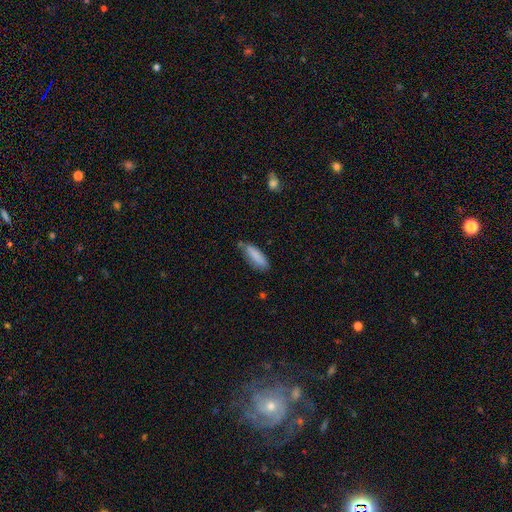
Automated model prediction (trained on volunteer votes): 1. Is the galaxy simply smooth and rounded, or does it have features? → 86% smooth, 8% featured or disk, 7% star or artifact.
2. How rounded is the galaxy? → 55% cigar-shaped, 44% in between, 1% round.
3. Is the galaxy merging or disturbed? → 69% none, 22% minor disturbance, 5% merger, 4% major disturbance.